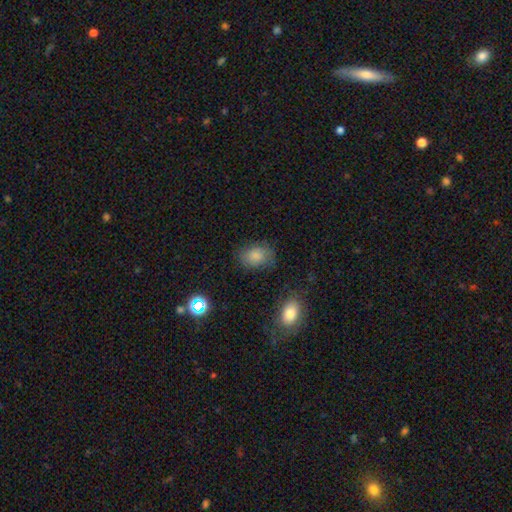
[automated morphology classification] A smooth galaxy with no disk features (80%) that is in between round and cigar-shaped (72%).

Vote fractions:
- Smooth or featured? smooth: 80% / star or artifact: 11% / featured or disk: 9%
- How rounded? in between: 72% / round: 27% / cigar-shaped: 1%
- Merging? none: 68% / minor disturbance: 22% / major disturbance: 8% / merger: 2%